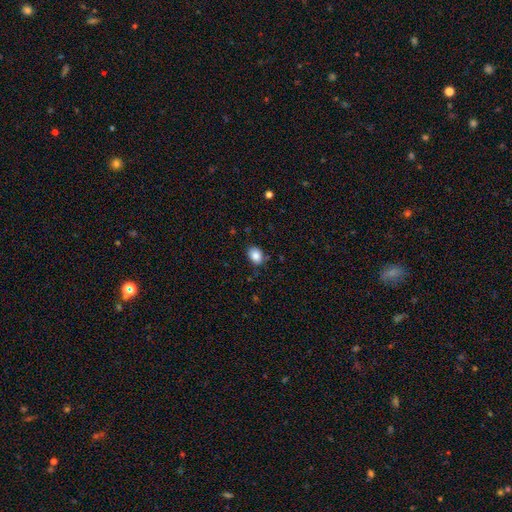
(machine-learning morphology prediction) This is clearly a smooth galaxy (86%). How rounded: likely in between (63%). Merging: clearly none (80%).